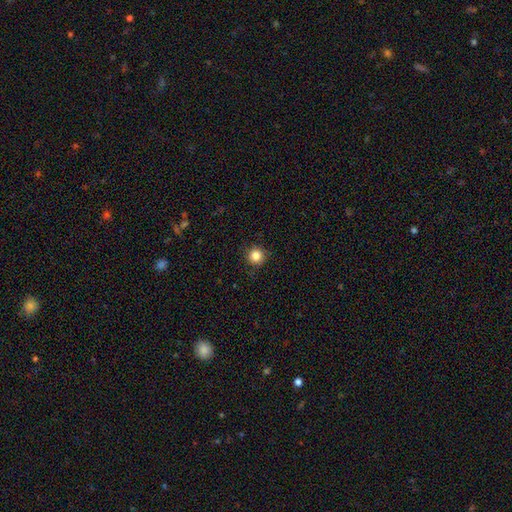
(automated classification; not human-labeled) This is clearly a smooth galaxy (85%). How rounded: clearly round (95%). Merging: clearly none (91%).